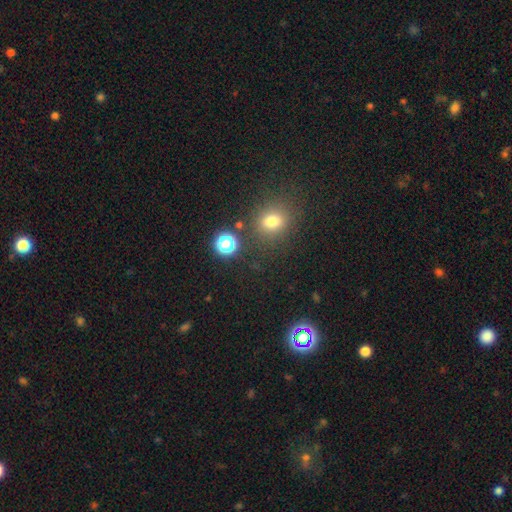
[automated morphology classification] smooth-or-featured: smooth: 58% | star or artifact: 36% | featured or disk: 6%
  how-rounded: round: 85% | in between: 14% | cigar-shaped: 1%
  merging: none: 83% | merger: 8% | minor disturbance: 7% | major disturbance: 3%